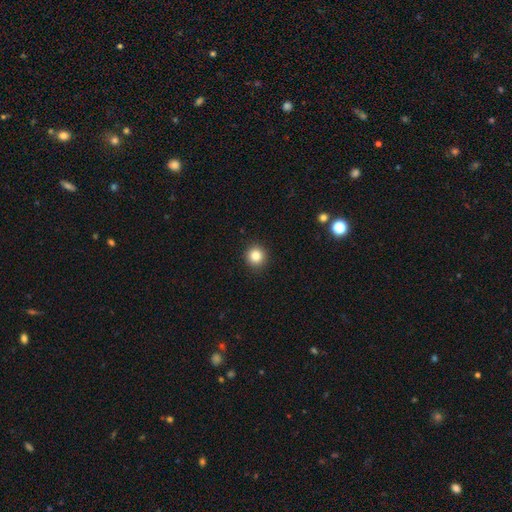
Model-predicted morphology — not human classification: Smooth or featured: smooth — 84% (star or artifact — 11%)
How rounded: round — 93% (in between — 6%)
Merging: none — 92% (minor disturbance — 5%)